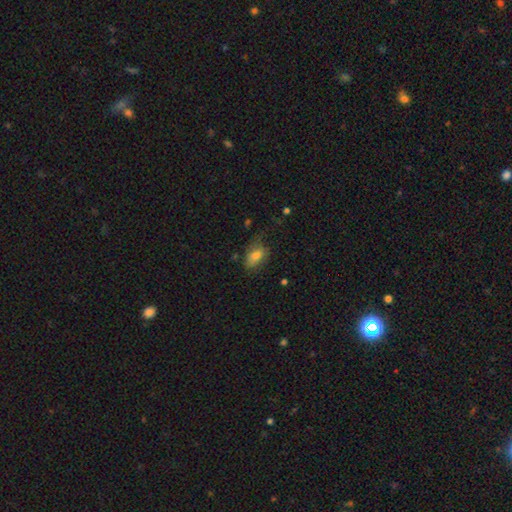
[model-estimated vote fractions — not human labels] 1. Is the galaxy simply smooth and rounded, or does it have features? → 76% smooth, 15% featured or disk, 9% star or artifact.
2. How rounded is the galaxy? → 88% in between, 9% round, 4% cigar-shaped.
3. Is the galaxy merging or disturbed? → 53% none, 29% minor disturbance, 16% major disturbance, 2% merger.